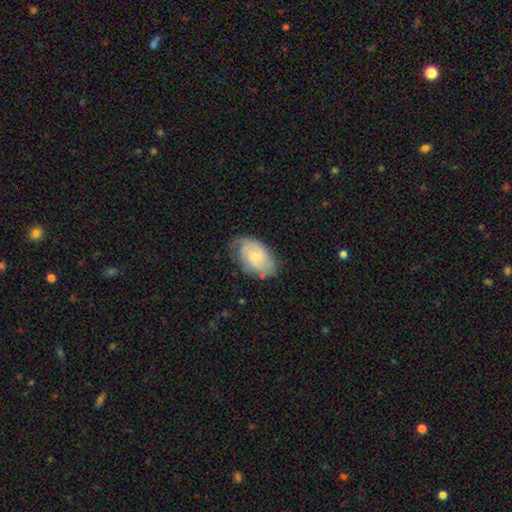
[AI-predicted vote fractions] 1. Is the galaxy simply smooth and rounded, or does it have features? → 62% featured or disk, 32% smooth, 6% star or artifact.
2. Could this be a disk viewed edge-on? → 96% no, 4% yes.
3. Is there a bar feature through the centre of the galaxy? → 60% no, 35% weak, 5% strong.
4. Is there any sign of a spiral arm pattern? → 86% yes, 14% no.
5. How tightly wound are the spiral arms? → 49% tight, 36% medium, 14% loose.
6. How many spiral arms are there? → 49% 2, 34% can't tell, 7% 3, 5% 1, 3% 4, 2% more than 4.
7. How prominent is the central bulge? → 65% small, 30% moderate, 3% none, 2% large, 1% dominant.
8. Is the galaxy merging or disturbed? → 67% none, 24% minor disturbance, 7% major disturbance, 1% merger.